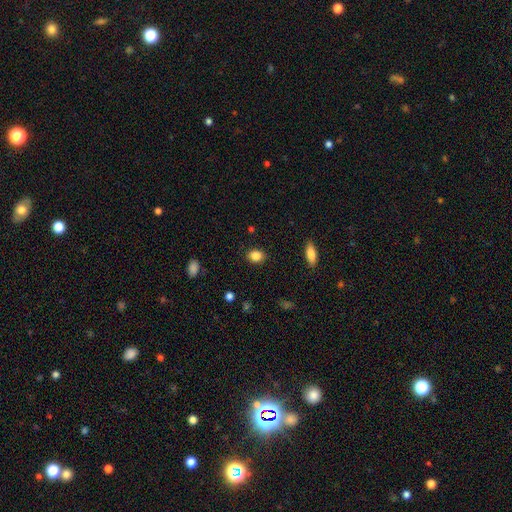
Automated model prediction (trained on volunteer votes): Smooth or featured? smooth (85%)
How rounded? in between (54%)
Merging? none (88%)